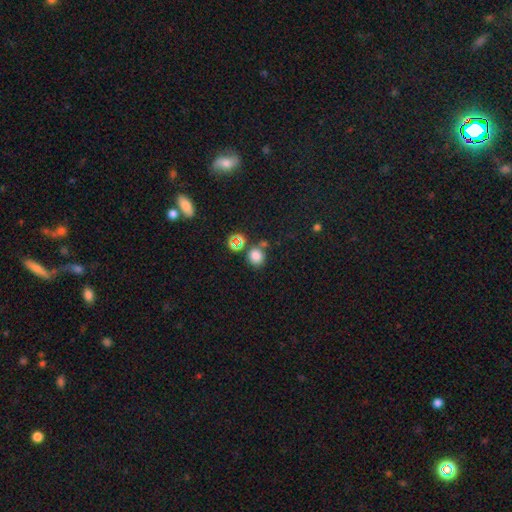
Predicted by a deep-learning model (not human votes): Overall: smooth (75%). How rounded: round (81%). Merging: none (69%).